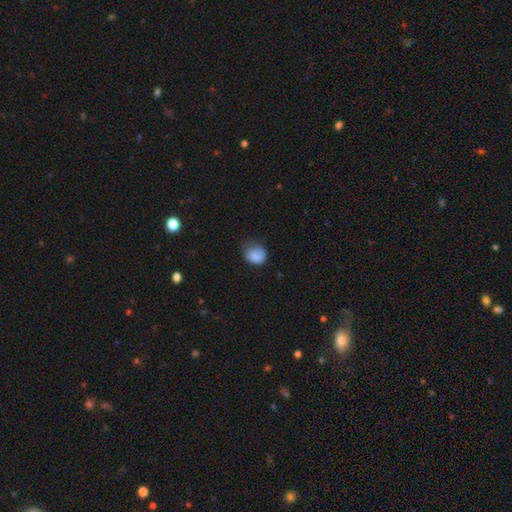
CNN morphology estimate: Smooth or featured: smooth — 82% (featured or disk — 9%)
How rounded: round — 62% (in between — 37%)
Merging: none — 46% (minor disturbance — 36%)